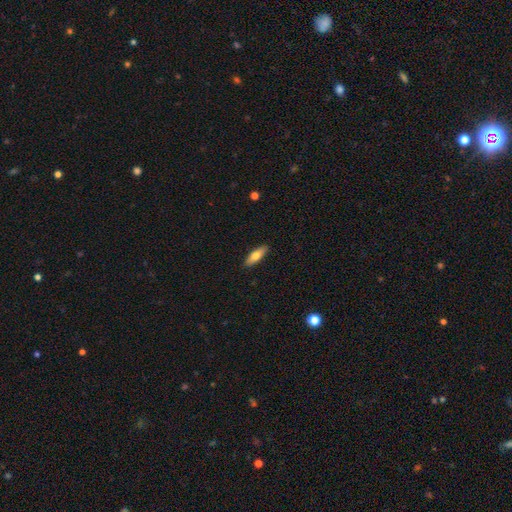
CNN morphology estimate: type=smooth (72%); roundness=in between (60%); merging=none (89%).